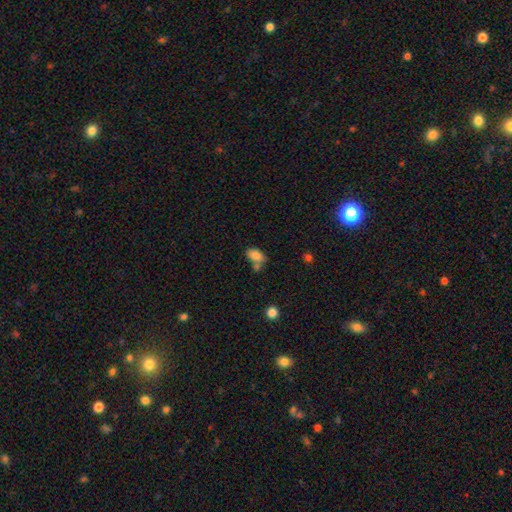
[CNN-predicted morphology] smooth_or_featured: smooth (p=0.84) [alt: star or artifact p=0.09]
how_rounded: in between (p=0.90) [alt: round p=0.07]
merging: none (p=0.49) [alt: merger p=0.30]